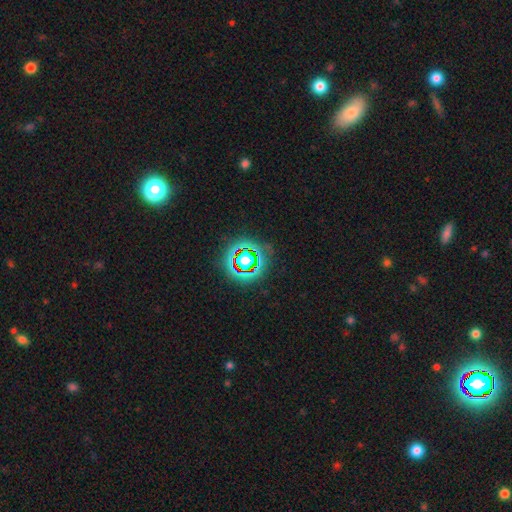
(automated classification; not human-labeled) smooth_or_featured: star or artifact (p=0.75) [alt: smooth p=0.15]